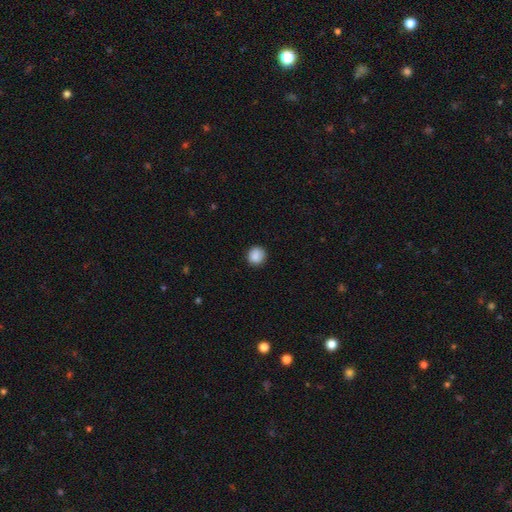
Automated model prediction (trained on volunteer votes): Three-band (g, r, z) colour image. It shows a smooth galaxy with no disk features (88%) that is round (90%). Merging: none (89%).